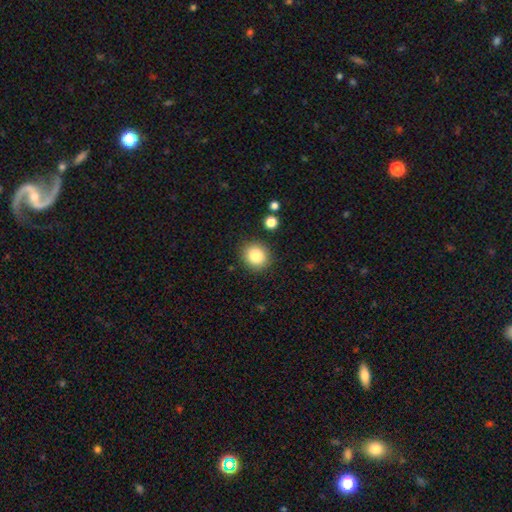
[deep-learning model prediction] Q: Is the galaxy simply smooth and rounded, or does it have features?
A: smooth — 85%.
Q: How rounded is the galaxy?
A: round — 87%.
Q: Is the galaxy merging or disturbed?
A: none — 88%.